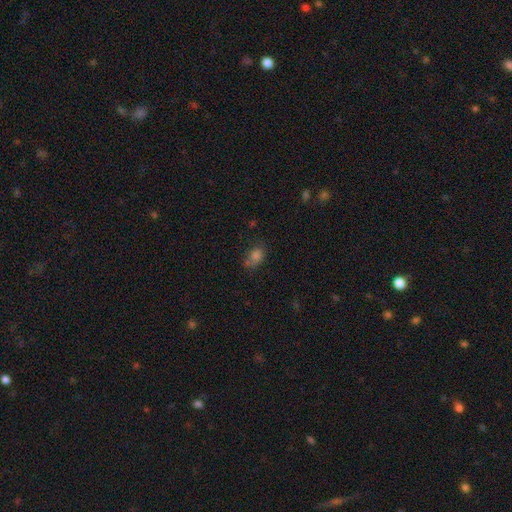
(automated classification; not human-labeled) This is likely a smooth galaxy (75%). How rounded: likely in between (70%). Merging: possibly none (51%).